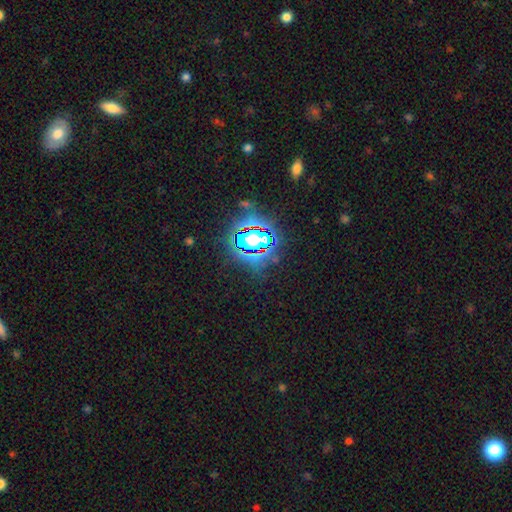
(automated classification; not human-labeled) Overall: star or artifact (80%).